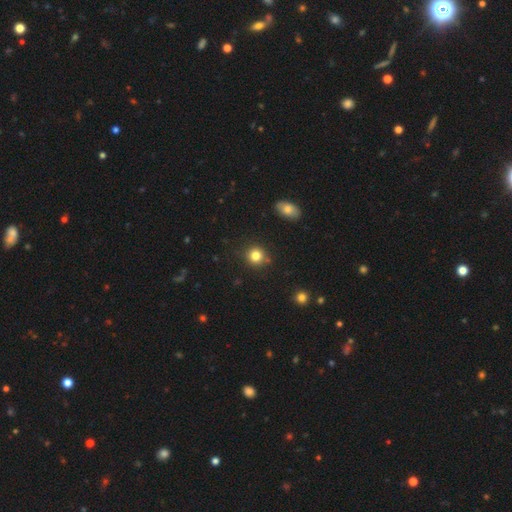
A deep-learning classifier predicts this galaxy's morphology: Overall: smooth (83%). How rounded: round (88%). Merging: none (85%).